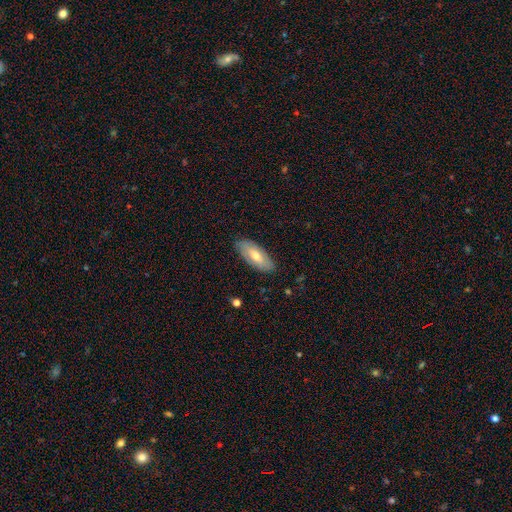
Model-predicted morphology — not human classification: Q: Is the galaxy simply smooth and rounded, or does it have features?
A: smooth — 61%.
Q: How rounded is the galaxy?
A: in between — 85%.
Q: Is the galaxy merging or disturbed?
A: none — 85%.